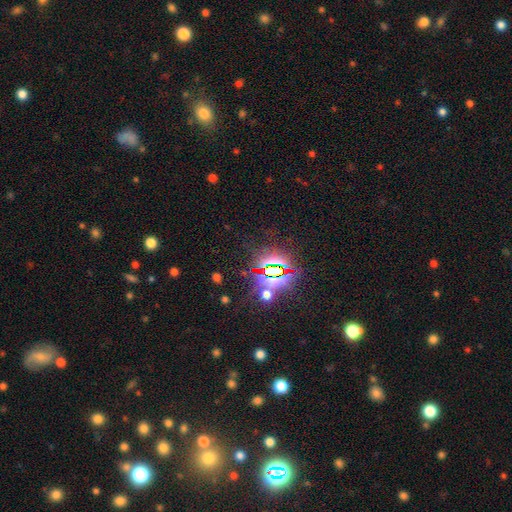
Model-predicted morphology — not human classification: This is clearly a star or artifact rather than a galaxy (81%).